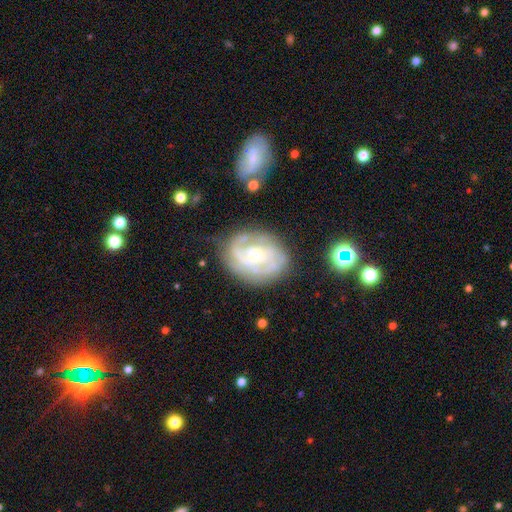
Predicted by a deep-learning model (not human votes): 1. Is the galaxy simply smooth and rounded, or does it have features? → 84% featured or disk, 11% smooth, 6% star or artifact.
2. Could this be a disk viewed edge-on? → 97% no, 3% yes.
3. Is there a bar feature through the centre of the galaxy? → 65% no, 27% weak, 7% strong.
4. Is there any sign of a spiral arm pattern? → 92% yes, 8% no.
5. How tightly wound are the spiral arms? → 57% tight, 33% medium, 9% loose.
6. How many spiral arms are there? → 38% 2, 26% can't tell, 20% 3, 6% 1, 5% 4, 4% more than 4.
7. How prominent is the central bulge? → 62% small, 34% moderate, 2% large, 1% none, 1% dominant.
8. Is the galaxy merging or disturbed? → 69% none, 19% minor disturbance, 9% major disturbance, 3% merger.